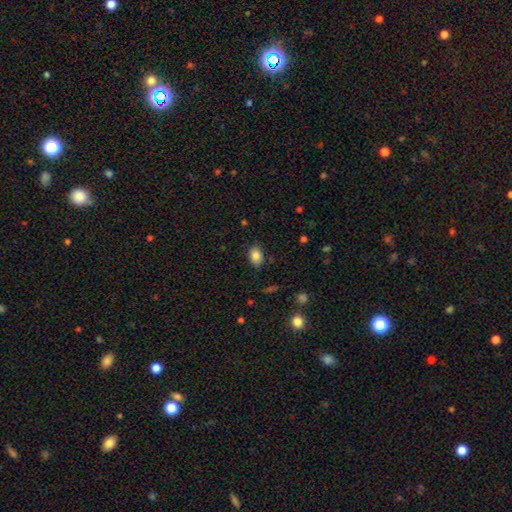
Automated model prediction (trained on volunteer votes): Morphology: type=smooth (85%); roundness=in between (78%); merging=none (84%).